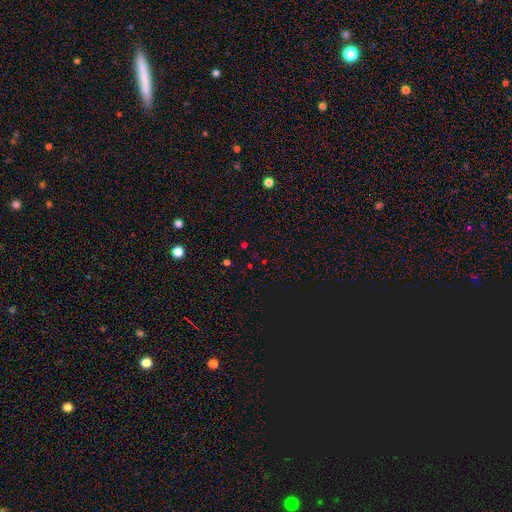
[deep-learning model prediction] The model was most divided on "smooth or featured": star or artifact: 61%, smooth: 31%, featured or disk: 7%.